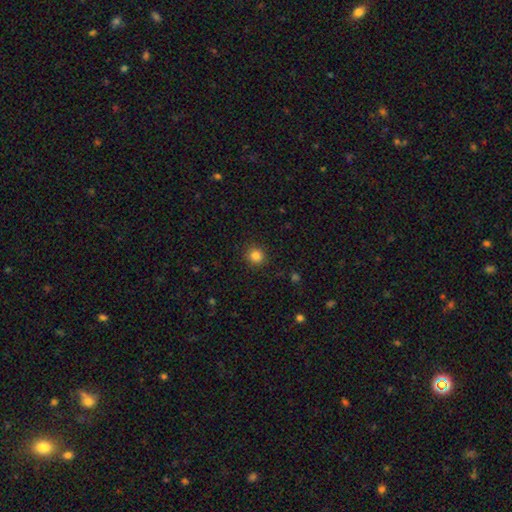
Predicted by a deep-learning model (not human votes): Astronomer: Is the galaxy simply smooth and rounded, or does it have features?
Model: smooth — 84%.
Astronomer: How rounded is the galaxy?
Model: round — 90%.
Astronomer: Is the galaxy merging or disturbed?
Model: none — 90%.